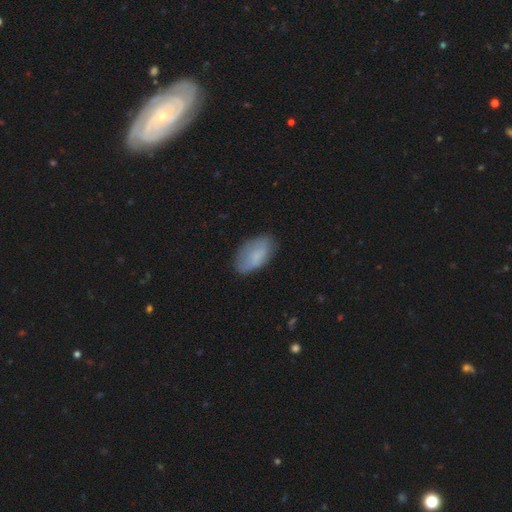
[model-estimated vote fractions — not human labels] A smooth galaxy with no disk features (75%) that is in between round and cigar-shaped (94%). Merging: none (74%).